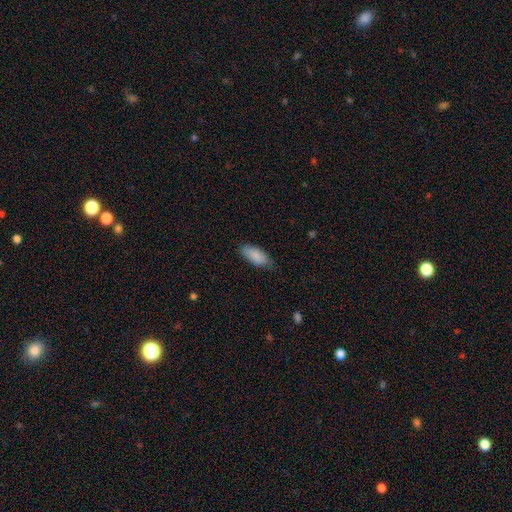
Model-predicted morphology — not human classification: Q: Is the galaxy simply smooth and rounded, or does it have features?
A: smooth — 87%.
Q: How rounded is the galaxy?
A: in between — 85%.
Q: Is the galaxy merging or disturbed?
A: none — 71%.